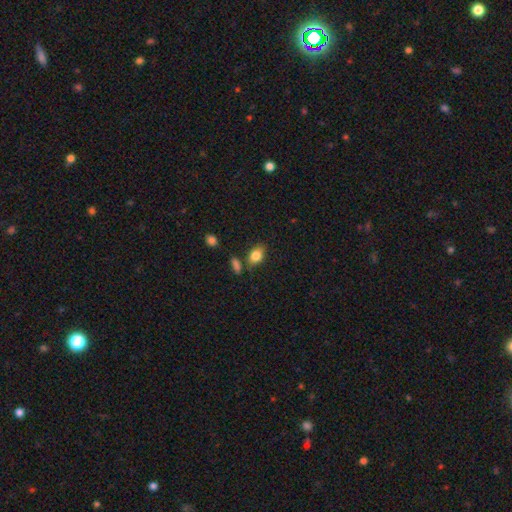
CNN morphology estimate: Smooth or featured? smooth (83%)
How rounded? in between (79%)
Merging? none (71%)